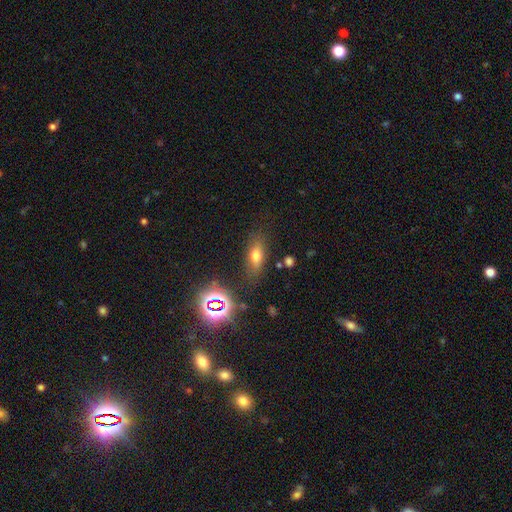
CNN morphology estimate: smooth_or_featured: smooth (p=0.66) [alt: star or artifact p=0.17]
how_rounded: in between (p=0.72) [alt: cigar-shaped p=0.18]
merging: none (p=0.77) [alt: minor disturbance p=0.14]